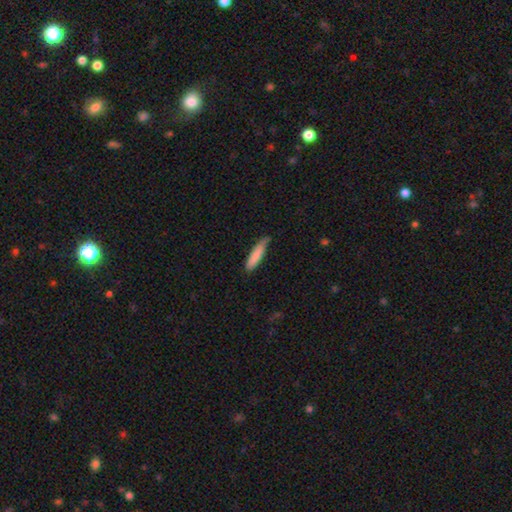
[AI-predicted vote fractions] A smooth galaxy with no disk features (81%) that is cigar-shaped (81%).

Vote fractions:
- Smooth or featured? smooth: 81% / featured or disk: 13% / star or artifact: 5%
- How rounded? cigar-shaped: 81% / in between: 18% / round: 1%
- Merging? none: 62% / minor disturbance: 31% / major disturbance: 5% / merger: 2%